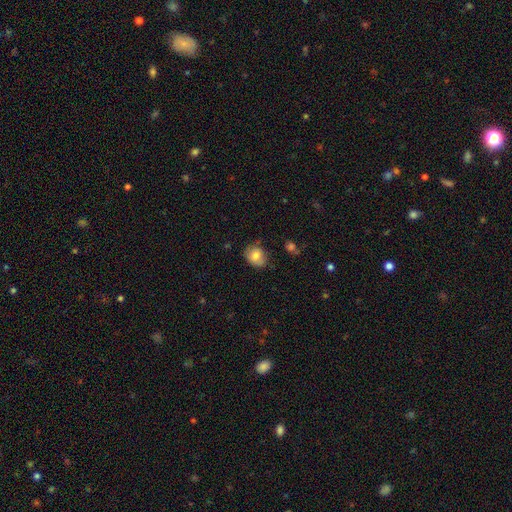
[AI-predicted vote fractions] Morphology: type=smooth (80%); roundness=in between (50%); merging=none (74%).